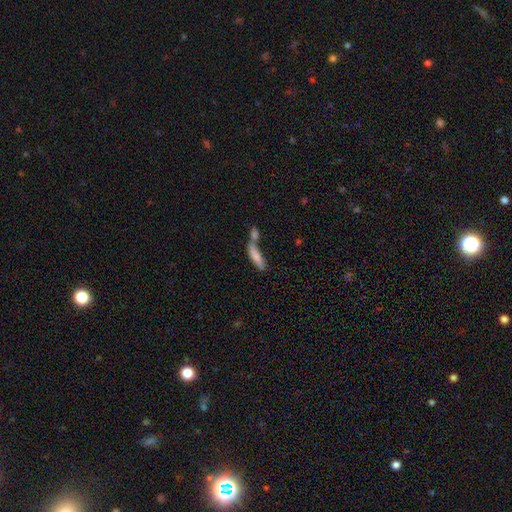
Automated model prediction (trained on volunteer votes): Overall: smooth (77%). How rounded: cigar-shaped (61%; in between 37%). Merging: merger (55%; none 29%).